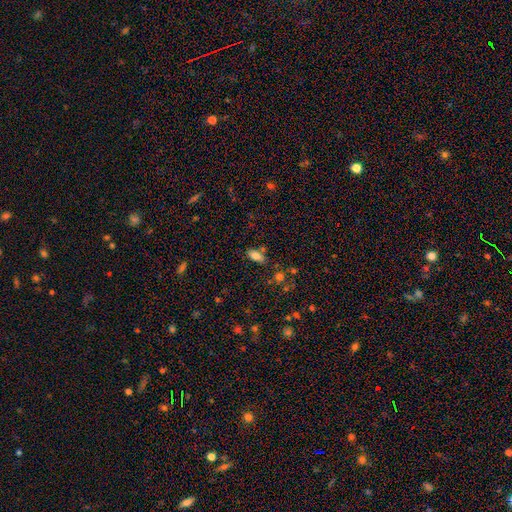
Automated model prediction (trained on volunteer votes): Q: Smooth or featured?
A: smooth (80%); runner-up: featured or disk (10%)
Q: How rounded?
A: in between (88%); runner-up: cigar-shaped (8%)
Q: Merging?
A: none (74%); runner-up: minor disturbance (14%)